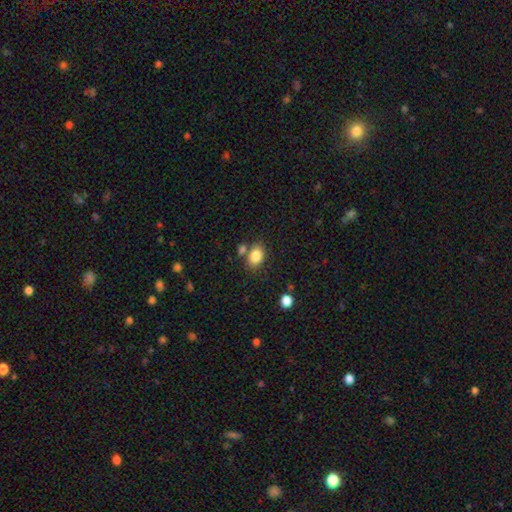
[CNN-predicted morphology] Smooth or featured? Predicted: smooth (p=0.84). How rounded? Predicted: in between (p=0.74). Merging? Predicted: none (p=0.68).